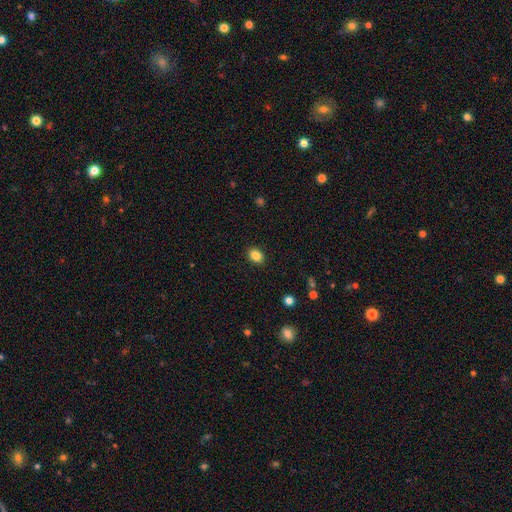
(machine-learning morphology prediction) type=smooth (85%); roundness=in between (64%); merging=none (89%).